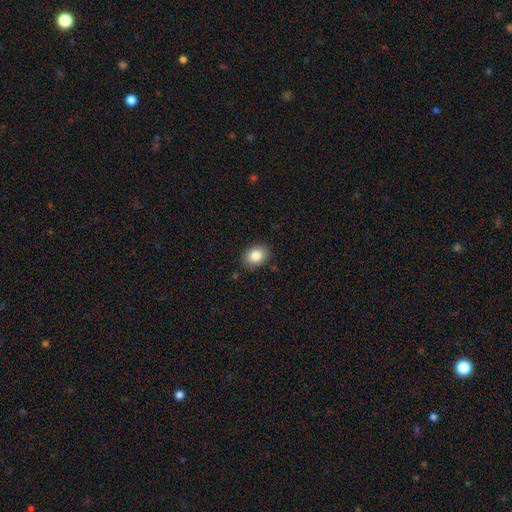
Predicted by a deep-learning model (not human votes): Overall: smooth (84%). How rounded: in between (62%; round 37%). Merging: none (86%).